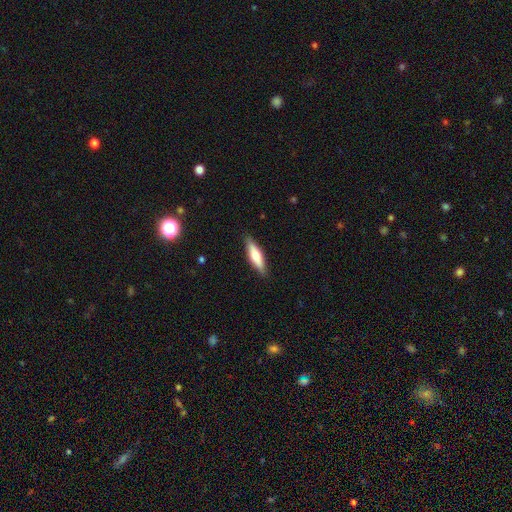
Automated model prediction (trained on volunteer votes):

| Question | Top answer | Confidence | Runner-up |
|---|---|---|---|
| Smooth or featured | smooth | 66% | featured or disk (28%) |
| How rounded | cigar-shaped | 60% | in between (39%) |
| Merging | none | 87% | minor disturbance (10%) |